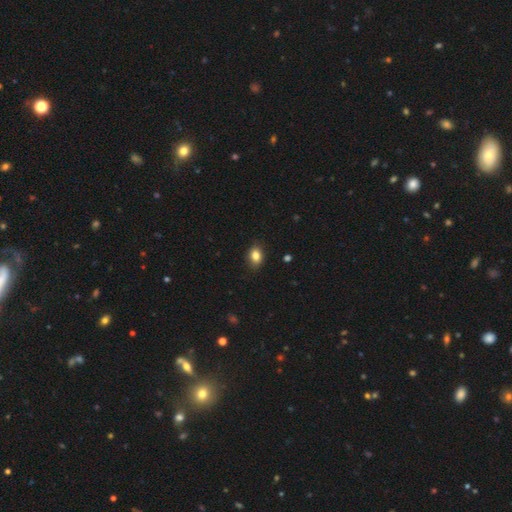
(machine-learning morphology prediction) A smooth galaxy with no disk features (83%) that is in between round and cigar-shaped (73%).

Vote fractions:
- Smooth or featured? smooth: 83% / star or artifact: 9% / featured or disk: 7%
- How rounded? in between: 73% / round: 26% / cigar-shaped: 1%
- Merging? none: 86% / minor disturbance: 11% / major disturbance: 2% / merger: 1%